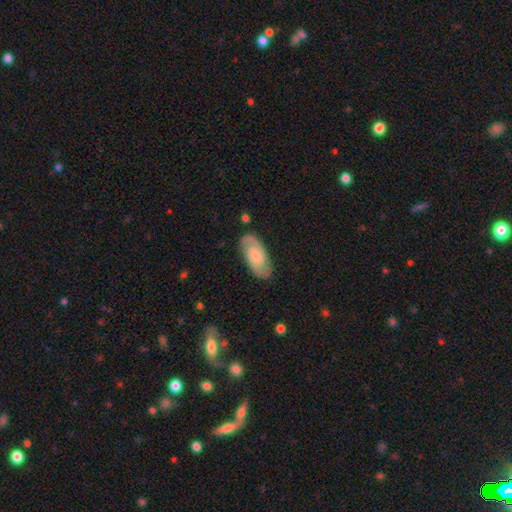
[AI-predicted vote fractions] featured or disk 72%, smooth 23%, star or artifact 6%. Down the decision tree: edge-on disk — no (95%); bar — no (56%); spiral arms — yes (93%); spiral arm count — 2 (87%); spiral winding — medium (44%); bulge size — small (48%); merging — none (82%).